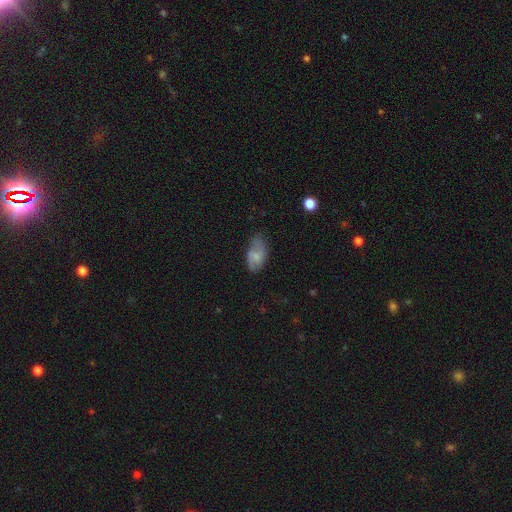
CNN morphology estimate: smooth_or_featured: smooth (p=0.67) [alt: featured or disk p=0.25]
how_rounded: in between (p=0.93) [alt: round p=0.04]
merging: none (p=0.56) [alt: minor disturbance p=0.31]